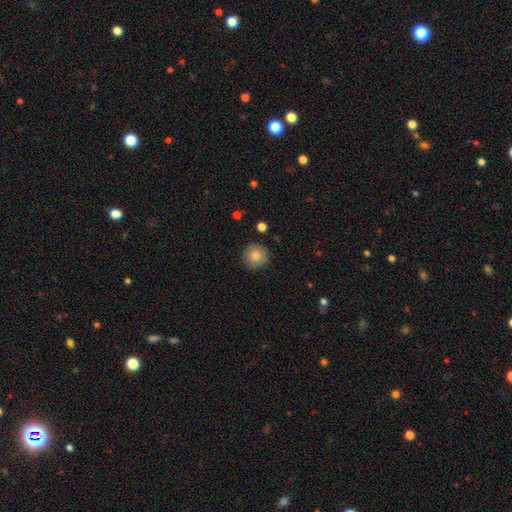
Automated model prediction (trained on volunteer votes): Smooth or featured?
  - smooth: 83% *
  - featured or disk: 9%
  - star or artifact: 8%
How rounded?
  - round: 94% *
  - in between: 5%
  - cigar-shaped: 1%
Merging?
  - none: 88% *
  - minor disturbance: 9%
  - major disturbance: 2%
  - merger: 1%